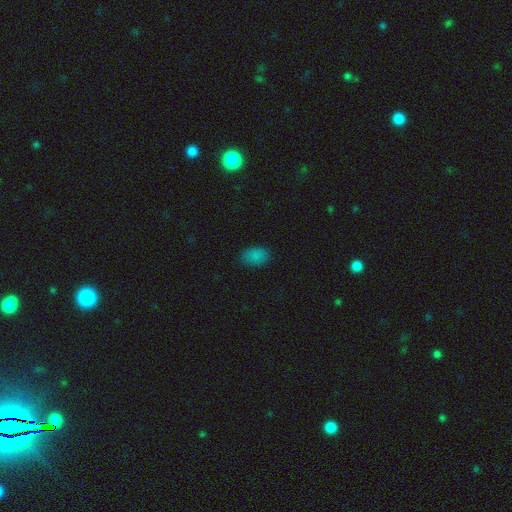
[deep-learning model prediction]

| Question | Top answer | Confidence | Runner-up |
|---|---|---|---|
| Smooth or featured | smooth | 84% | star or artifact (12%) |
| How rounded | in between | 89% | round (9%) |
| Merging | none | 83% | minor disturbance (13%) |